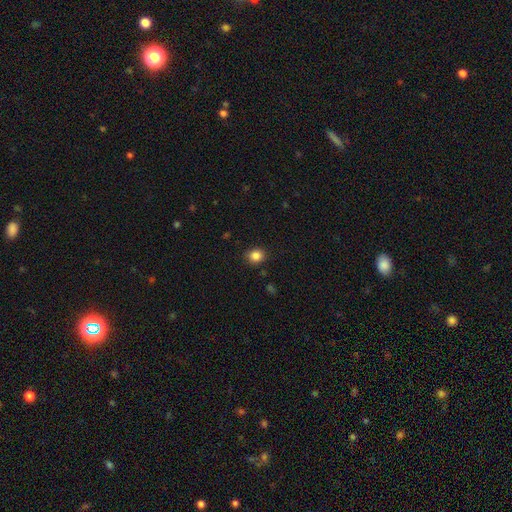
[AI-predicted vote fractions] Overall: smooth (85%). How rounded: round (73%). Merging: none (88%).